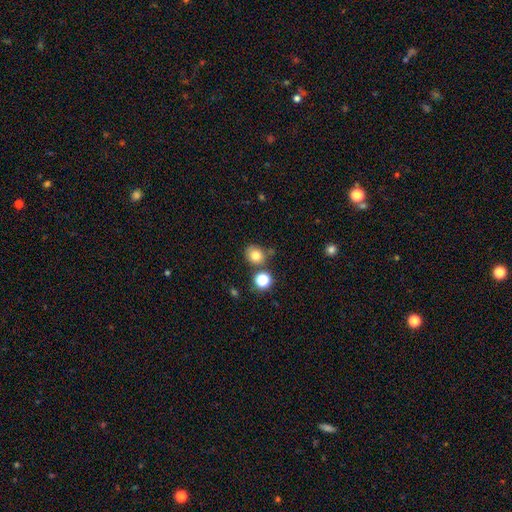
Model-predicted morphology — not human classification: Smooth or featured? smooth (78%)
How rounded? round (73%)
Merging? none (72%)